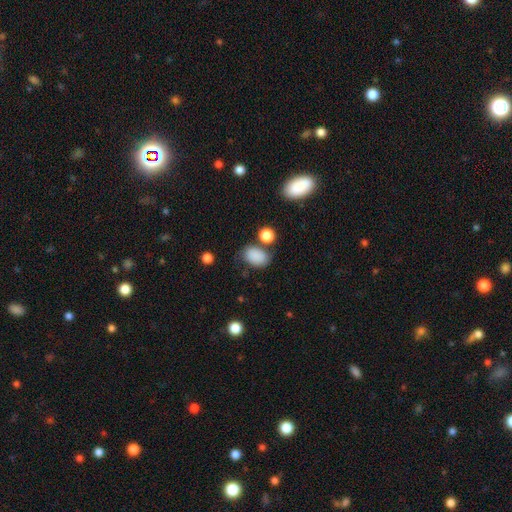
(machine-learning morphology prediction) This appears to be a smooth galaxy with no disk features (86%) that is in between round and cigar-shaped (83%). Merging: none (64%).